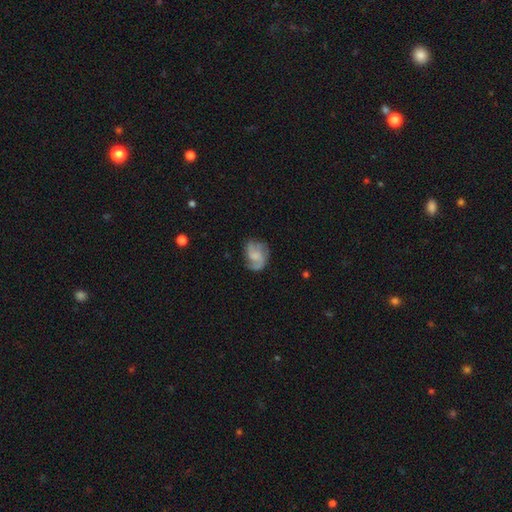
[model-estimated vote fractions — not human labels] Overall: featured or disk (64%; smooth 28%). Edge-on disk: no (98%). Bar: no (59%; weak 34%). Spiral arms: yes (90%). Spiral arm count: 2 (53%; 3 17%). Spiral winding: medium (44%; loose 37%). Bulge size: none (46%; small 23%). Merging: none (61%; minor disturbance 22%).